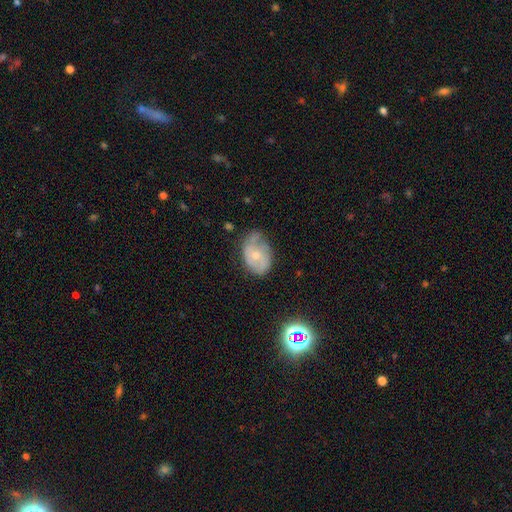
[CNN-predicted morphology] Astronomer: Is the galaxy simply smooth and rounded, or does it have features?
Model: featured or disk — 55% (runner-up: smooth, 36%).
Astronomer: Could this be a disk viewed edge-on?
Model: no — 96%.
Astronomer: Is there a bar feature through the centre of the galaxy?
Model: no — 78%.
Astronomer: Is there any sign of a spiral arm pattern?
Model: yes — 68%.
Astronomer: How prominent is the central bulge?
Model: small — 52% (runner-up: moderate, 44%).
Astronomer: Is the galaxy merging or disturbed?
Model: none — 47% (runner-up: minor disturbance, 36%).